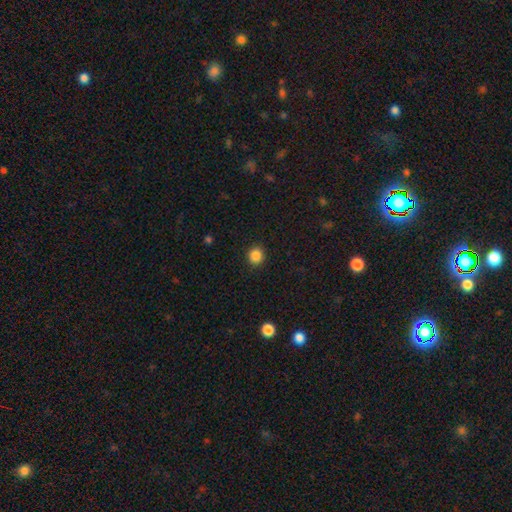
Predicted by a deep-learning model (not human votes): Morphology: type=smooth (86%); roundness=round (86%); merging=none (90%).